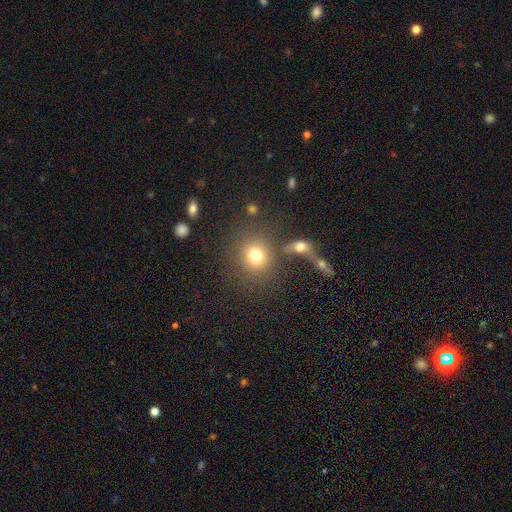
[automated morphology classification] smooth 77%, star or artifact 14%, featured or disk 10%. Down the decision tree: how rounded — round (80%); merging — none (70%).